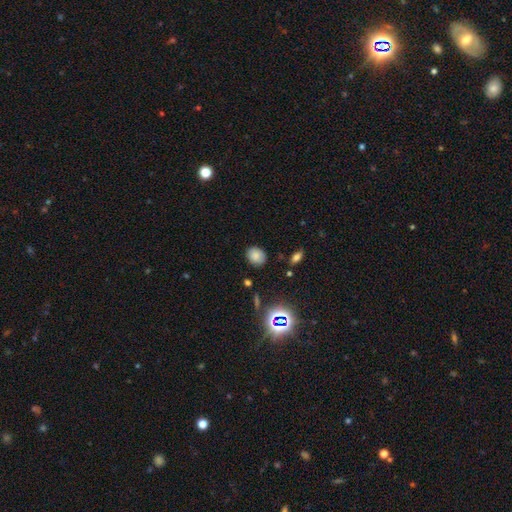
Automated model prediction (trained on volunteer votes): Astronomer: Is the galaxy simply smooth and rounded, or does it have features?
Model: smooth — 77%.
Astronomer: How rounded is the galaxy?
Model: round — 58% (runner-up: in between, 41%).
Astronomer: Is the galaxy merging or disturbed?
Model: none — 83%.